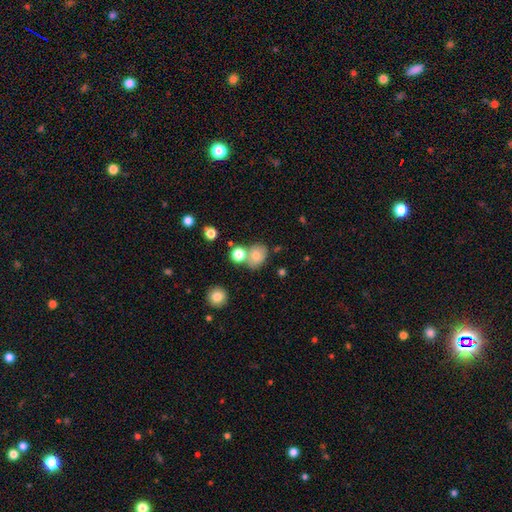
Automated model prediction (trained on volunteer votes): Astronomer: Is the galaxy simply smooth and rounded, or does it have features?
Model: smooth — 75%.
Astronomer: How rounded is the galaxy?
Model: round — 59% (runner-up: in between, 40%).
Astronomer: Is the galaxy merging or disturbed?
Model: none — 54%.